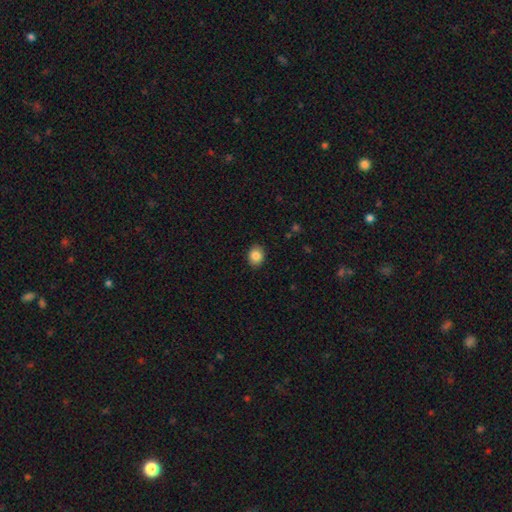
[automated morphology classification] This is clearly a smooth galaxy (86%). How rounded: possibly round (50%). Merging: clearly none (89%).